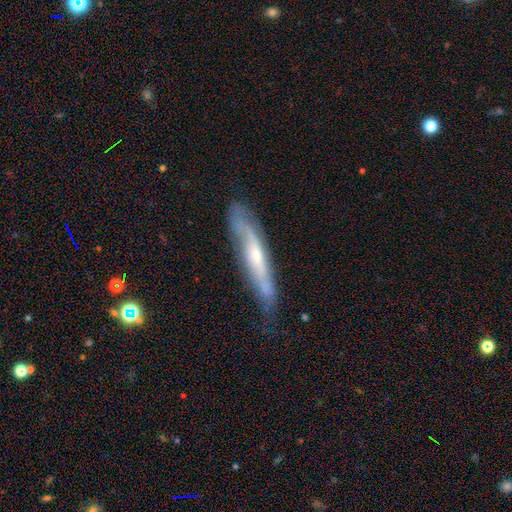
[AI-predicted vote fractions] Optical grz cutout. It shows a featured or disk galaxy (67%) viewed edge-on (57%). Merging: none (62%).